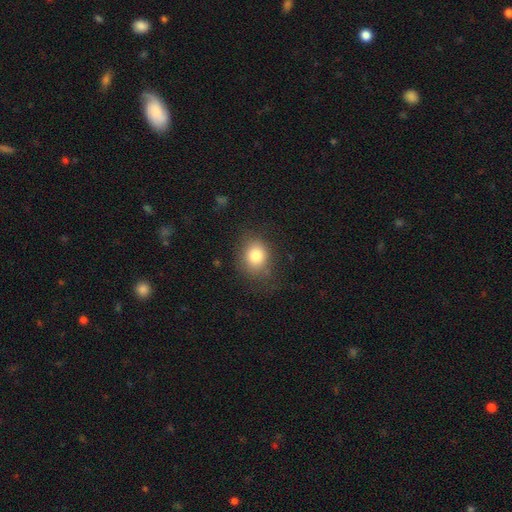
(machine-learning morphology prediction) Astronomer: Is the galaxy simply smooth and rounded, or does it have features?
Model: smooth — 80%.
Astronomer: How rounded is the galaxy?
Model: round — 57% (runner-up: in between, 42%).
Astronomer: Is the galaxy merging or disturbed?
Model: none — 74%.